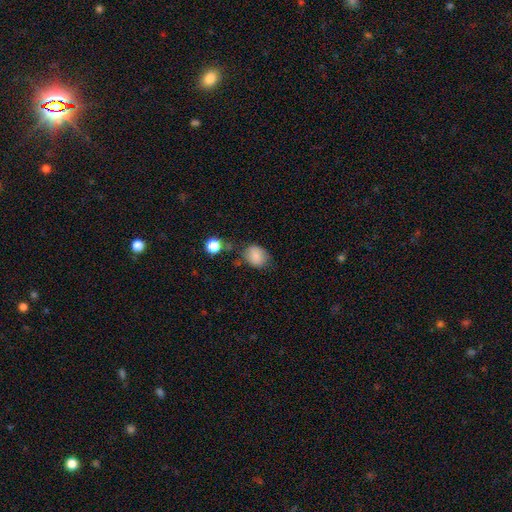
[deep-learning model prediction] A smooth galaxy with no disk features (84%) that is round (51%).

Vote fractions:
- Smooth or featured? smooth: 84% / star or artifact: 10% / featured or disk: 6%
- How rounded? round: 51% / in between: 48% / cigar-shaped: 1%
- Merging? none: 67% / minor disturbance: 22% / major disturbance: 7% / merger: 5%